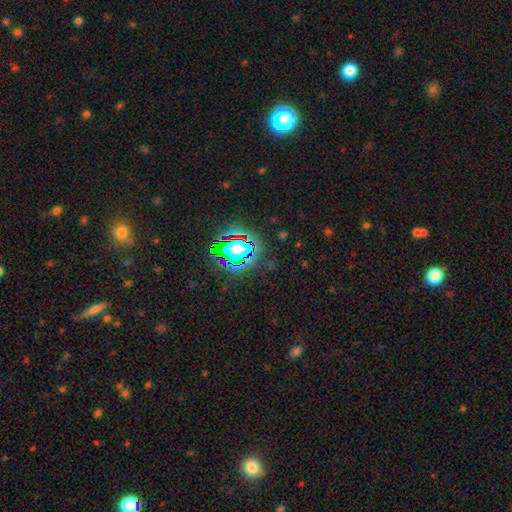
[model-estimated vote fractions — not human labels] Smooth or featured?
  - star or artifact: 79% *
  - smooth: 13%
  - featured or disk: 8%